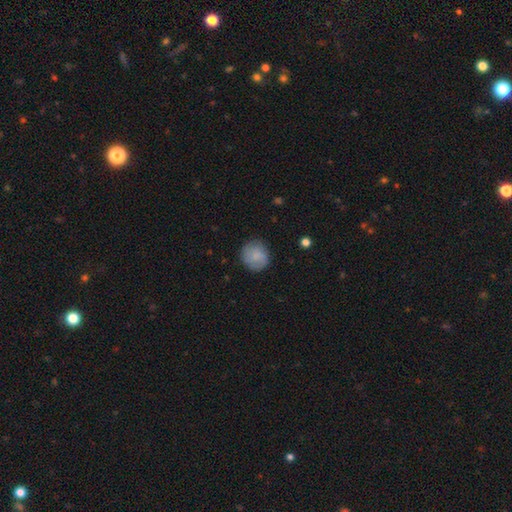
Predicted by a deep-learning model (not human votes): Smooth or featured?
  - smooth: 77% *
  - featured or disk: 16%
  - star or artifact: 7%
How rounded?
  - round: 85% *
  - in between: 14%
  - cigar-shaped: 1%
Merging?
  - none: 80% *
  - minor disturbance: 15%
  - major disturbance: 4%
  - merger: 1%